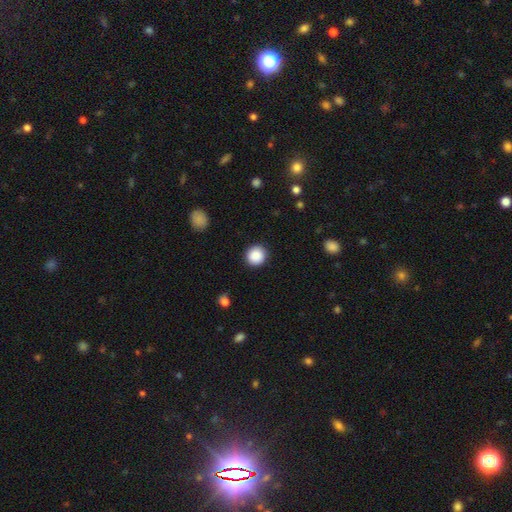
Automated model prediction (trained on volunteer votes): Q: Smooth or featured?
A: smooth (88%); runner-up: star or artifact (9%)
Q: How rounded?
A: round (94%); runner-up: in between (5%)
Q: Merging?
A: none (91%); runner-up: minor disturbance (6%)